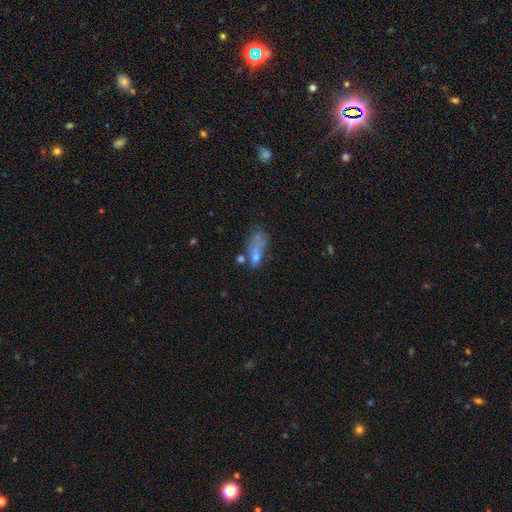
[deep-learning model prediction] Q: Smooth or featured?
A: smooth (53%); runner-up: featured or disk (29%)
Q: How rounded?
A: in between (72%); runner-up: cigar-shaped (18%)
Q: Merging?
A: major disturbance (32%); runner-up: none (26%)